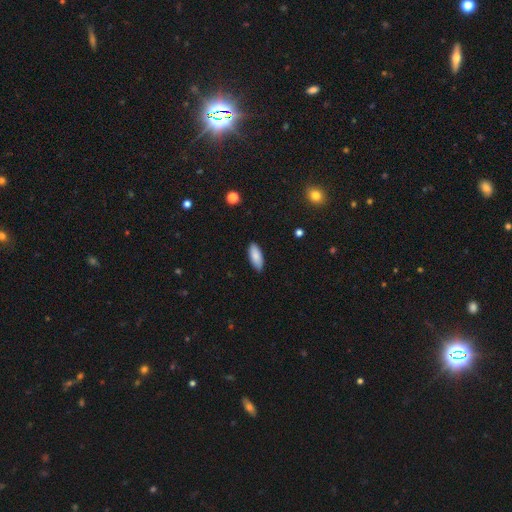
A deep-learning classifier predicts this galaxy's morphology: This is clearly a smooth galaxy (87%). How rounded: clearly in between (82%). Merging: clearly none (85%).